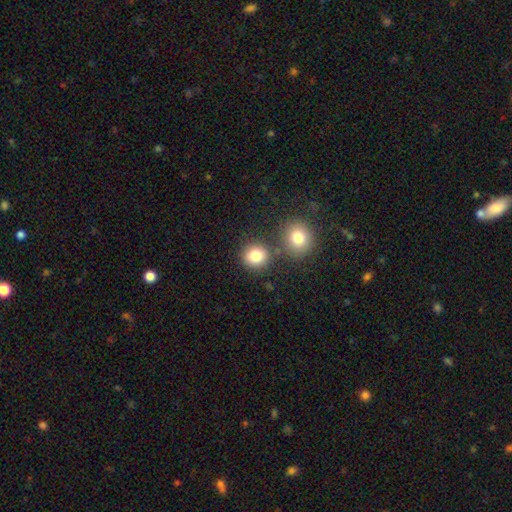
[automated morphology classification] smooth 83%, star or artifact 11%, featured or disk 7%. Down the decision tree: how rounded — round (85%); merging — none (74%).